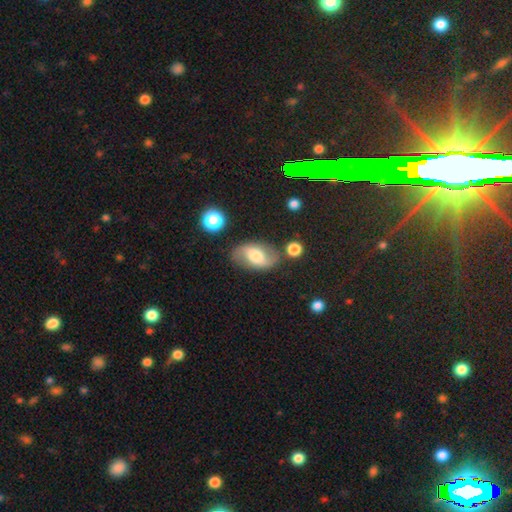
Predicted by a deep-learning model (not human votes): smooth-or-featured: featured or disk: 58% | smooth: 35% | star or artifact: 8%
  disk-edge-on: no: 95% | yes: 5%
    bar: no: 43% | weak: 40% | strong: 17%
    has-spiral-arms: yes: 84% | no: 16%
    bulge-size: moderate: 57% | large: 22% | small: 15% | dominant: 3% | none: 3%
  merging: none: 73% | minor disturbance: 16% | major disturbance: 6% | merger: 5%